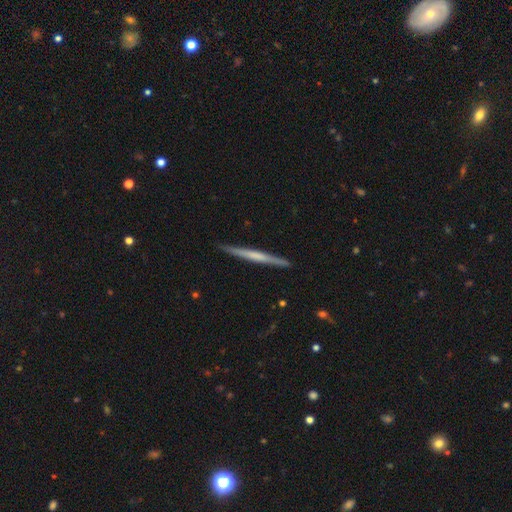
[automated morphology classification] Smooth or featured?
  - featured or disk: 56% *
  - smooth: 38%
  - star or artifact: 5%
Edge-on disk?
  - yes: 98% *
  - no: 2%
Edge-on bulge?
  - none: 63% *
  - rounded: 24%
  - boxy: 13%
Merging?
  - none: 91% *
  - minor disturbance: 7%
  - major disturbance: 1%
  - merger: 1%